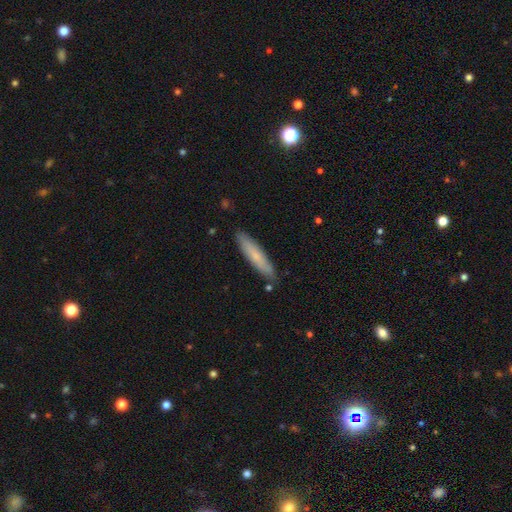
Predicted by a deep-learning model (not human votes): Smooth or featured?
  - smooth: 68% *
  - featured or disk: 26%
  - star or artifact: 6%
How rounded?
  - cigar-shaped: 87% *
  - in between: 12%
  - round: 1%
Merging?
  - none: 86% *
  - minor disturbance: 10%
  - merger: 2%
  - major disturbance: 2%